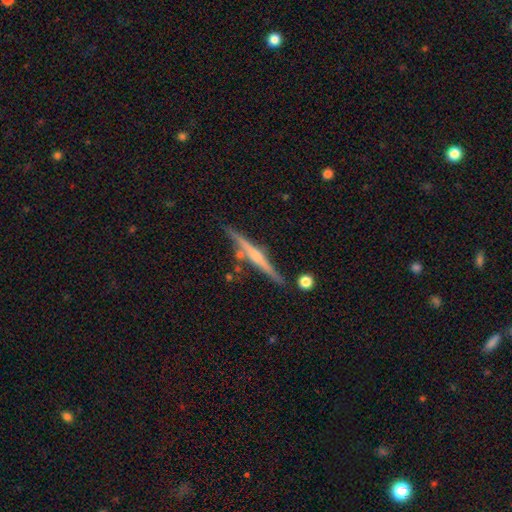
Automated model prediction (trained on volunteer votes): A featured or disk galaxy (74%) viewed edge-on (98%) with a rounded central bulge (70%). Merging: none (80%).